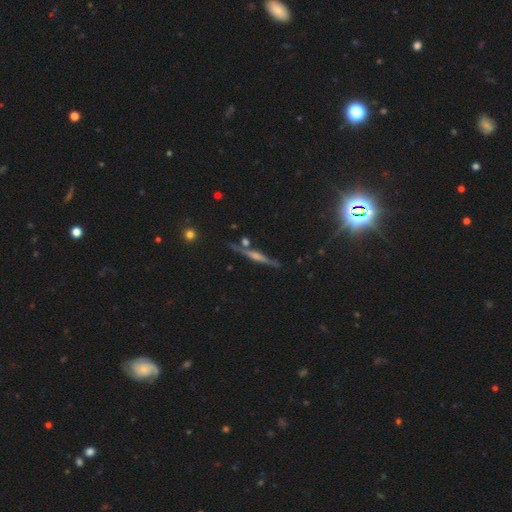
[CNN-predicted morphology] This appears to be a featured or disk galaxy (70%) viewed edge-on (96%) with a rounded central bulge (58%). Merging: none (80%).